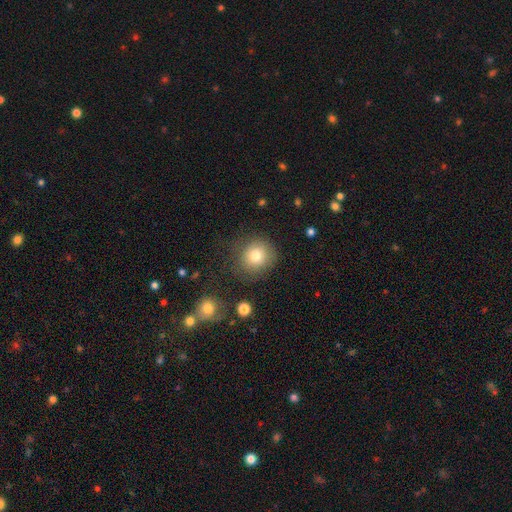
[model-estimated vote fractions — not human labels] Smooth or featured: smooth — 79% (star or artifact — 11%)
How rounded: round — 87% (in between — 12%)
Merging: none — 76% (minor disturbance — 14%)